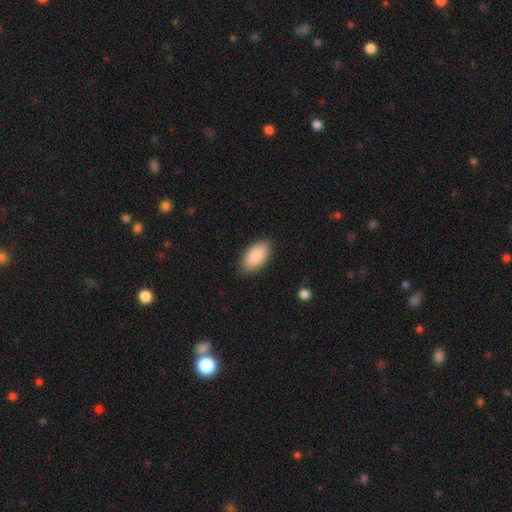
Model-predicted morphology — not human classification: Overall: smooth (89%). How rounded: in between (94%). Merging: none (84%).